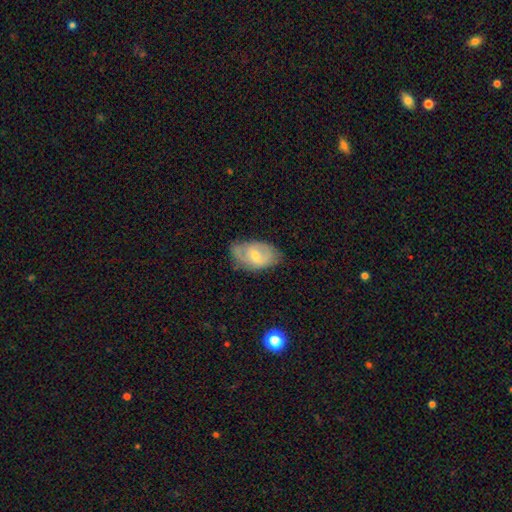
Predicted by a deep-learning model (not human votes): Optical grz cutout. It shows a featured or disk galaxy (47%, tied with smooth). Merging: none (61%).